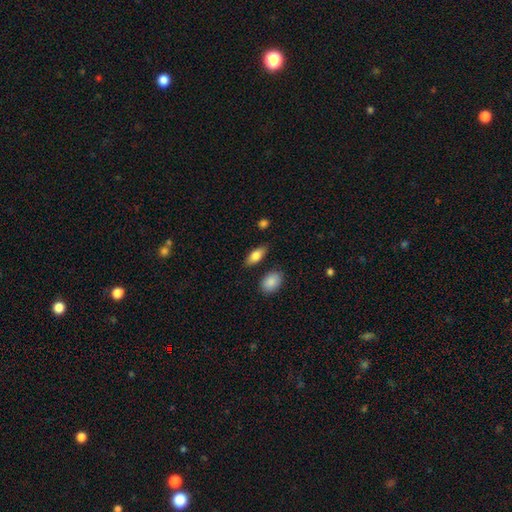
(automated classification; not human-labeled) smooth_or_featured: smooth (p=0.77) [alt: featured or disk p=0.16]
how_rounded: in between (p=0.83) [alt: cigar-shaped p=0.13]
merging: none (p=0.82) [alt: minor disturbance p=0.11]